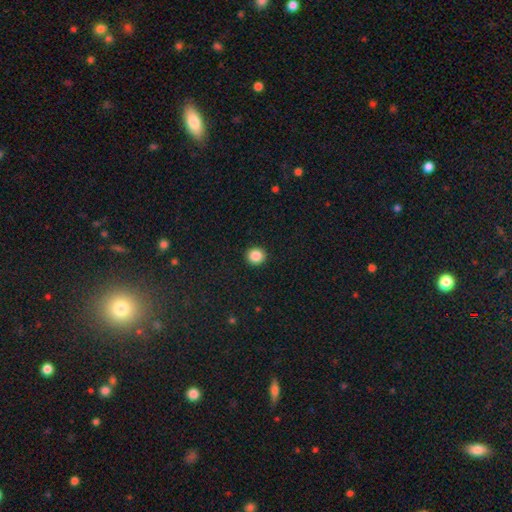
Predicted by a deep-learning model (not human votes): Smooth or featured? Predicted: smooth (p=0.87). How rounded? Predicted: round (p=0.93). Merging? Predicted: none (p=0.93).